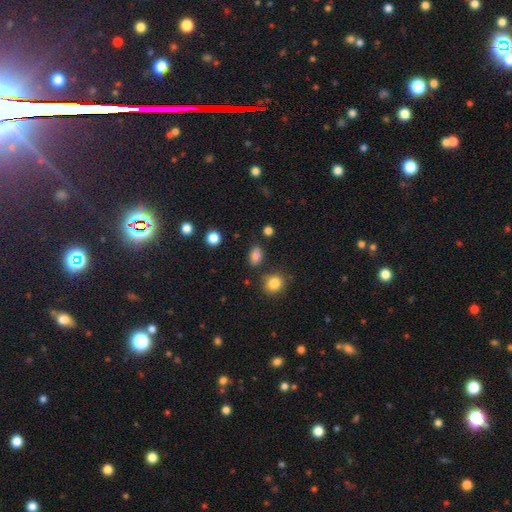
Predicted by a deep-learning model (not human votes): Smooth or featured: smooth — 83% (star or artifact — 12%)
How rounded: in between — 82% (round — 16%)
Merging: none — 74% (minor disturbance — 16%)